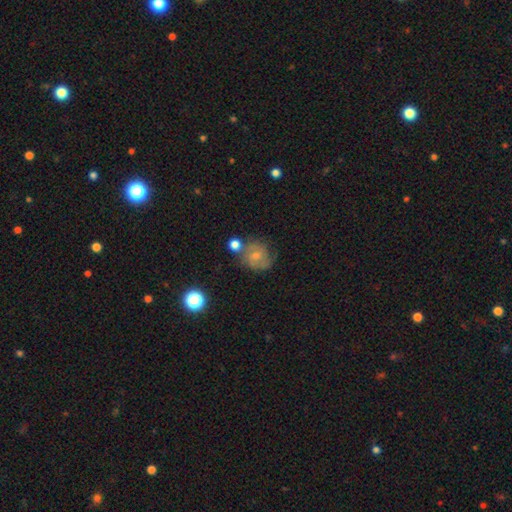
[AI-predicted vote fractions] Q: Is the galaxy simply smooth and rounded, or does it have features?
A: featured or disk — 48%.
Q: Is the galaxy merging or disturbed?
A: none — 54%.